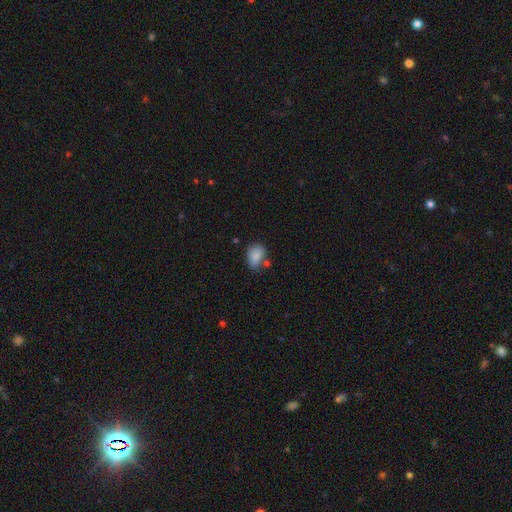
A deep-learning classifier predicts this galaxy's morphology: The model was most divided on "merging": none: 55%, minor disturbance: 26%, merger: 12%, major disturbance: 7%. More confident: smooth or featured — smooth (84%); how rounded — in between (74%).